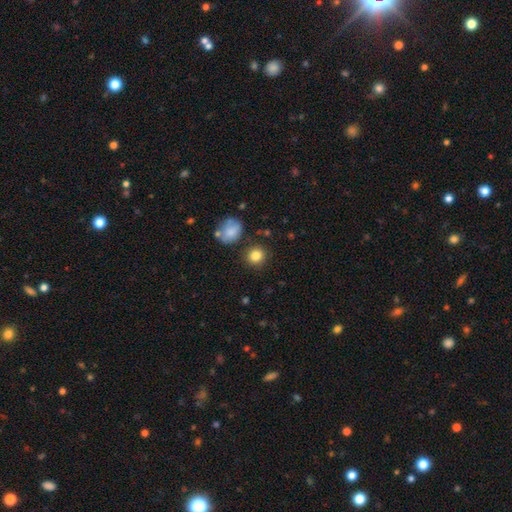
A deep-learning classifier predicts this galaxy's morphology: smooth_or_featured: smooth (p=0.84) [alt: star or artifact p=0.10]
how_rounded: round (p=0.87) [alt: in between p=0.12]
merging: none (p=0.84) [alt: minor disturbance p=0.09]